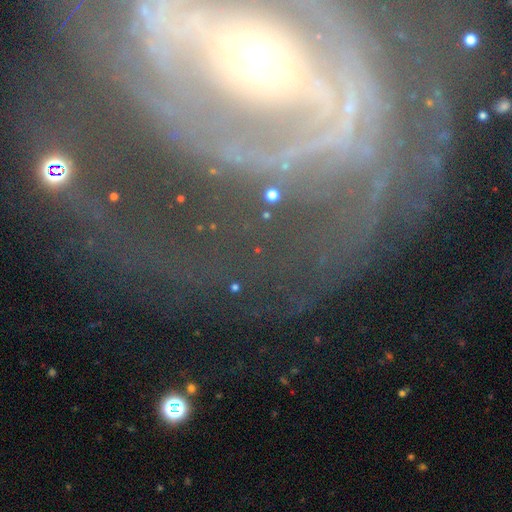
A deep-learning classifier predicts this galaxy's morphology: Overall: featured or disk (84%). Edge-on disk: no (95%). Bar: strong (44%; no 31%). Spiral arms: yes (88%). Spiral arm count: 2 (33%; can't tell 26%). Spiral winding: tight (55%; medium 31%). Bulge size: small (63%; moderate 28%). Merging: none (61%).